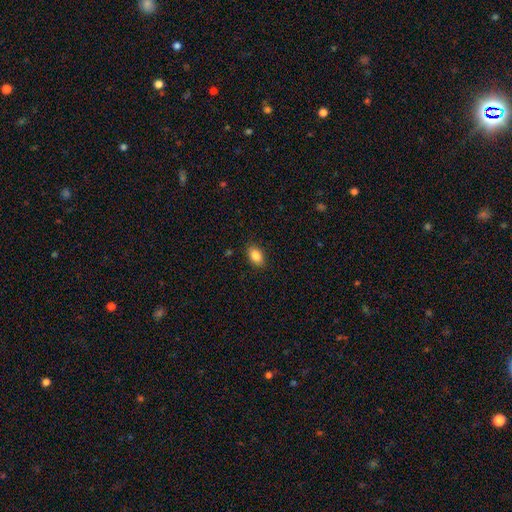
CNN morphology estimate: This is clearly a smooth galaxy (86%). How rounded: clearly in between (87%). Merging: clearly none (87%).